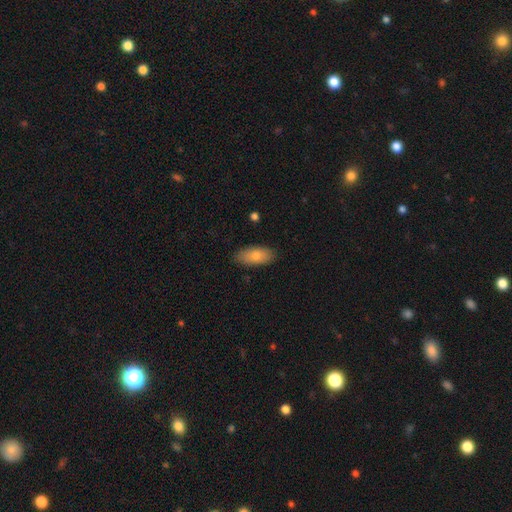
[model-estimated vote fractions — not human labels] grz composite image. It shows a smooth galaxy with no disk features (82%) that is in between round and cigar-shaped (88%). Merging: none (86%).